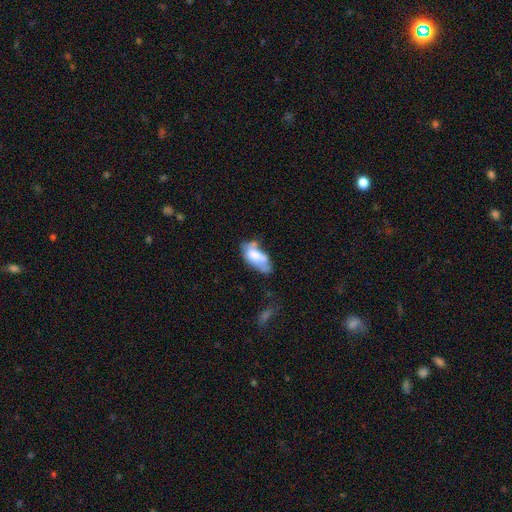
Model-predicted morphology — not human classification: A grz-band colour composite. It shows a smooth galaxy with no disk features (60%) that is in between round and cigar-shaped (87%). Merging: none (31%).